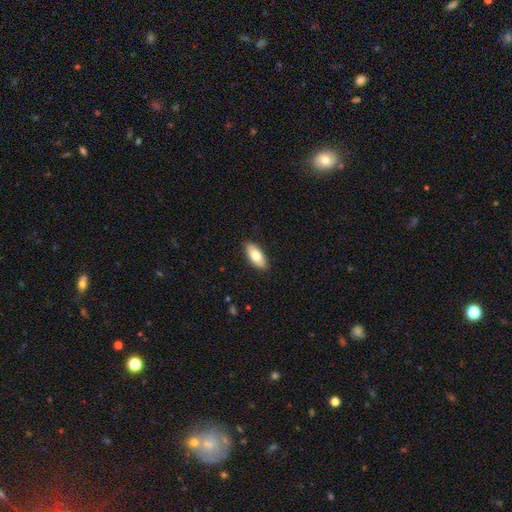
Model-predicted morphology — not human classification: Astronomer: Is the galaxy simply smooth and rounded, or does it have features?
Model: smooth — 76%.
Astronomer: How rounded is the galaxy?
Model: in between — 87%.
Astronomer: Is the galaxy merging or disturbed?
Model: none — 89%.